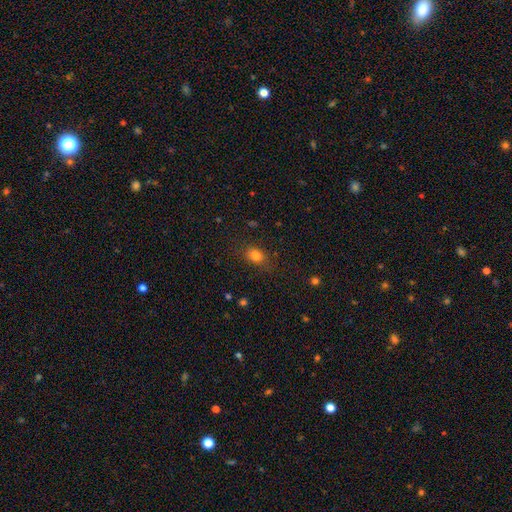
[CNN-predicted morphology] smooth-or-featured: smooth: 81% | star or artifact: 12% | featured or disk: 7%
  how-rounded: in between: 63% | round: 35% | cigar-shaped: 2%
  merging: none: 78% | minor disturbance: 15% | major disturbance: 5% | merger: 1%